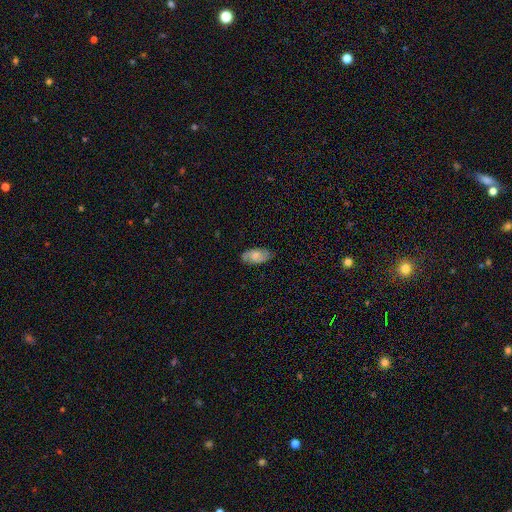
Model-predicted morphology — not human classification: A smooth galaxy with no disk features (49%). Merging: none (80%).